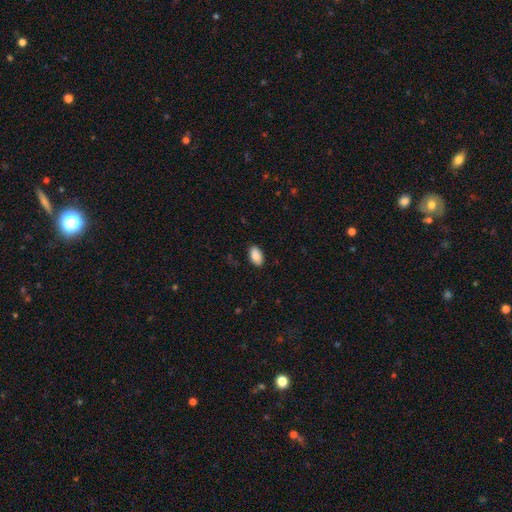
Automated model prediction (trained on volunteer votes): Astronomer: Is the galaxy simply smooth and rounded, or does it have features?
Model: smooth — 88%.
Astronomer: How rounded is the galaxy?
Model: in between — 94%.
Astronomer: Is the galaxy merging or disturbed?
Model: none — 87%.